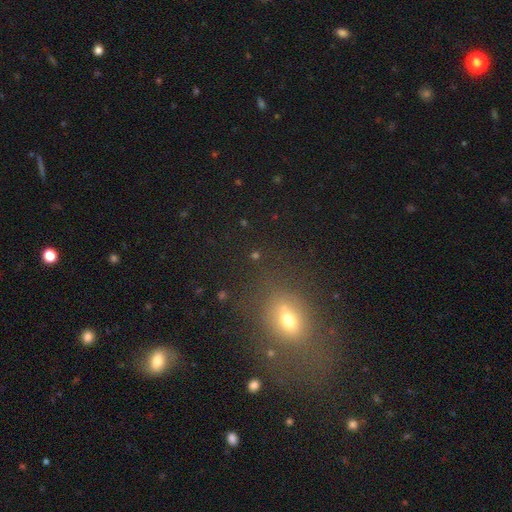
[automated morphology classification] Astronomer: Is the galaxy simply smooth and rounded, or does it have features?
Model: smooth — 48% (runner-up: star or artifact, 36%).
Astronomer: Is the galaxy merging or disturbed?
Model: none — 72%.